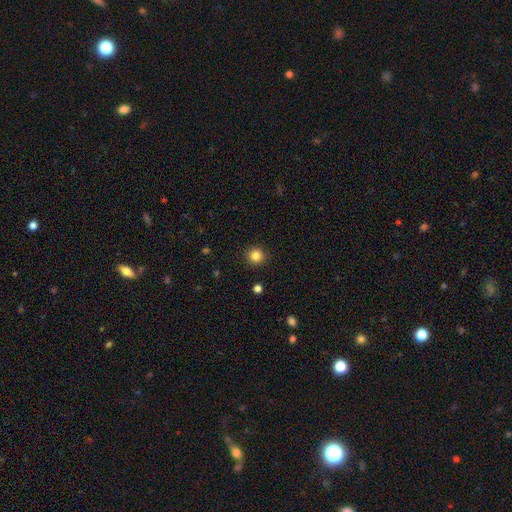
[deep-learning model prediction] Smooth or featured? smooth (84%)
How rounded? round (94%)
Merging? none (92%)